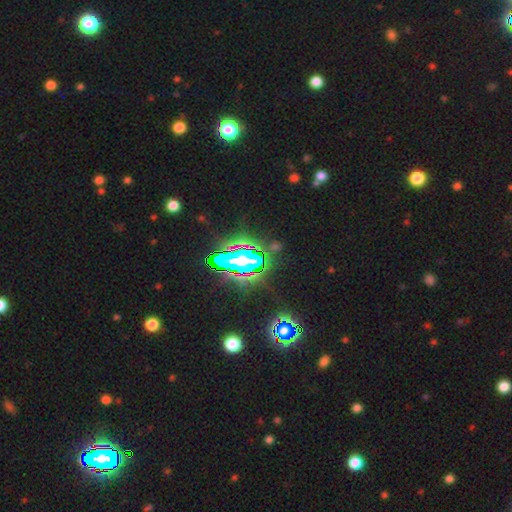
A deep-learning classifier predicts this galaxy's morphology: type=star or artifact (76%).